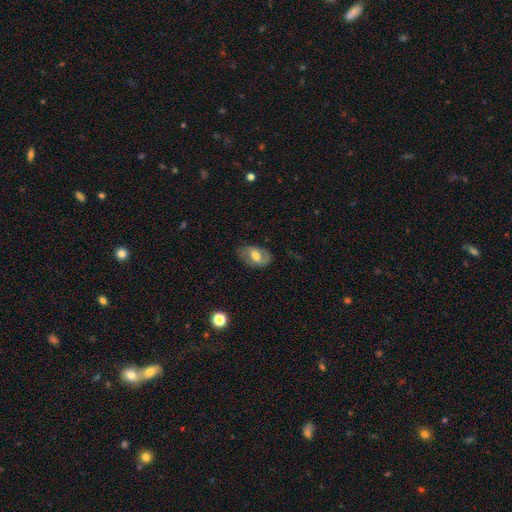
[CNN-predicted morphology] This is possibly a smooth galaxy (47%). Merging: likely none (73%).